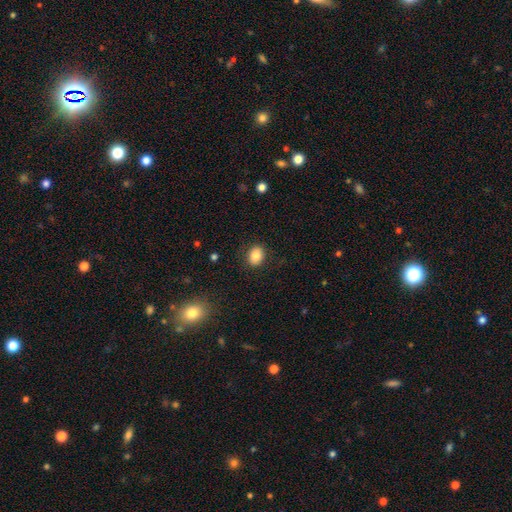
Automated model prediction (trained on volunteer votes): A smooth galaxy with no disk features (84%) that is in between round and cigar-shaped (54%).

Vote fractions:
- Smooth or featured? smooth: 84% / star or artifact: 9% / featured or disk: 7%
- How rounded? in between: 54% / round: 45% / cigar-shaped: 1%
- Merging? none: 86% / minor disturbance: 10% / major disturbance: 3% / merger: 1%